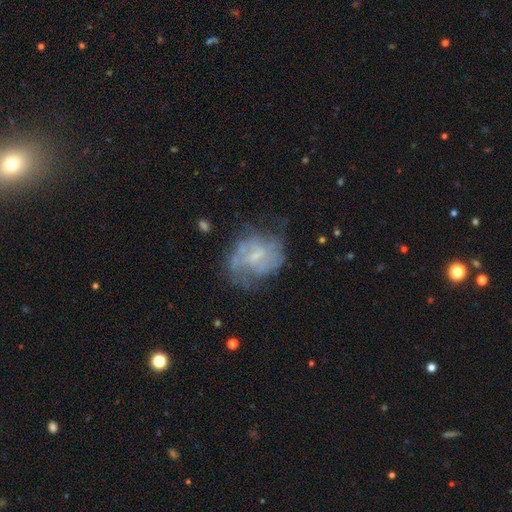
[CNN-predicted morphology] A featured or disk galaxy (69%) with a weak bar (48%), spiral arms (74%) and a small central bulge (55%). Merging: none (59%).